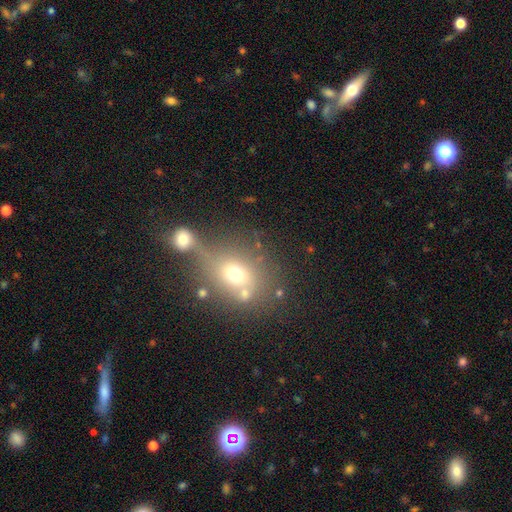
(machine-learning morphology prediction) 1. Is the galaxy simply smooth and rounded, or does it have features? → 52% smooth, 26% star or artifact, 22% featured or disk.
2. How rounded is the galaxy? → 60% round, 38% in between, 3% cigar-shaped.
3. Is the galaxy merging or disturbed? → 54% none, 26% merger, 13% minor disturbance, 7% major disturbance.